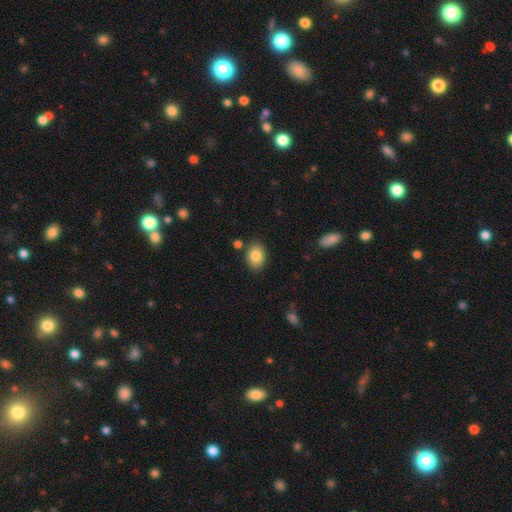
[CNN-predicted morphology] The model was most divided on "how rounded": in between: 79%, round: 19%, cigar-shaped: 1%. More confident: smooth or featured — smooth (85%); merging — none (84%).